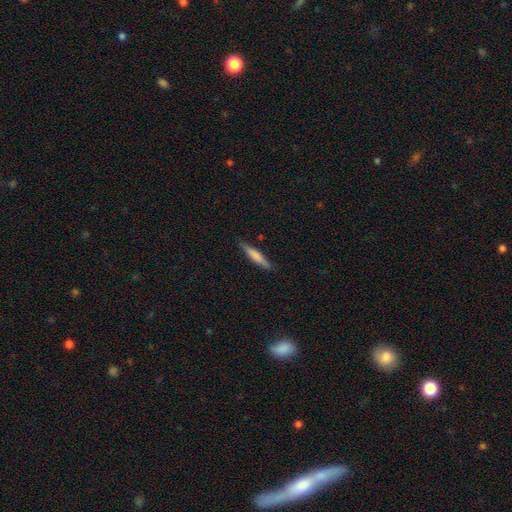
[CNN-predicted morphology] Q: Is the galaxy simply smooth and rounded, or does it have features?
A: smooth — 71%.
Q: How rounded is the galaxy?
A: cigar-shaped — 90%.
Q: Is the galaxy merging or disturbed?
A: none — 85%.